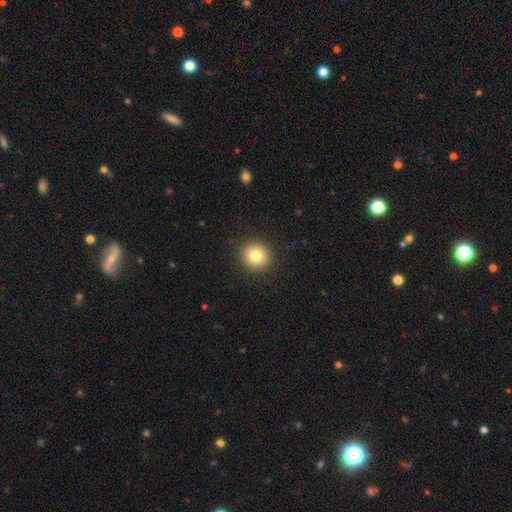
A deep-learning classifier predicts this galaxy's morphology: type=smooth (82%); roundness=round (91%); merging=none (91%).